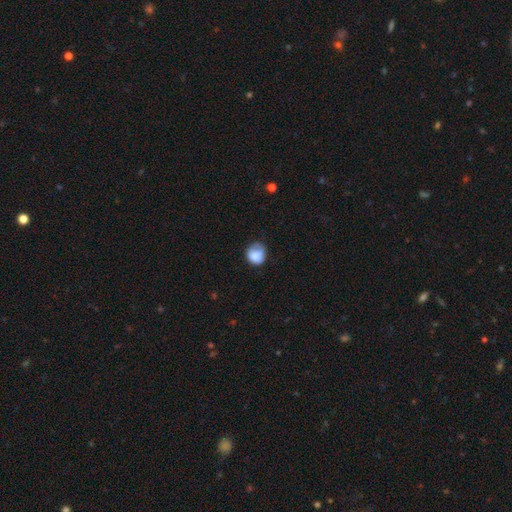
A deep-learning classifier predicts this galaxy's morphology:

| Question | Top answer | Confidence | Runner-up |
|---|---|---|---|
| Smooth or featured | smooth | 80% | featured or disk (11%) |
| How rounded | round | 74% | in between (25%) |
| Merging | none | 51% | minor disturbance (33%) |